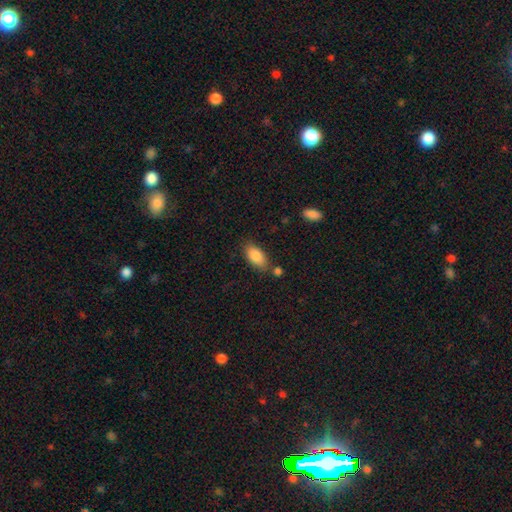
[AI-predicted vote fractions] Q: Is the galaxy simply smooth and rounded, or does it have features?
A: smooth — 86%.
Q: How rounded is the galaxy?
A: in between — 91%.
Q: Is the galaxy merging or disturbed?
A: none — 71%.